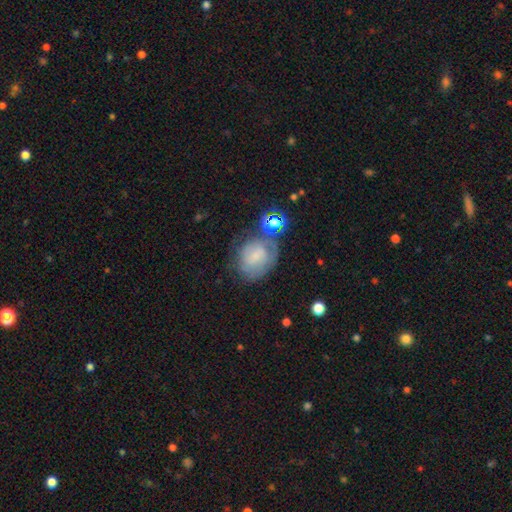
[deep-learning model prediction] Overall: smooth (51%; featured or disk 38%). How rounded: round (59%; in between 40%). Merging: none (48%; minor disturbance 25%).